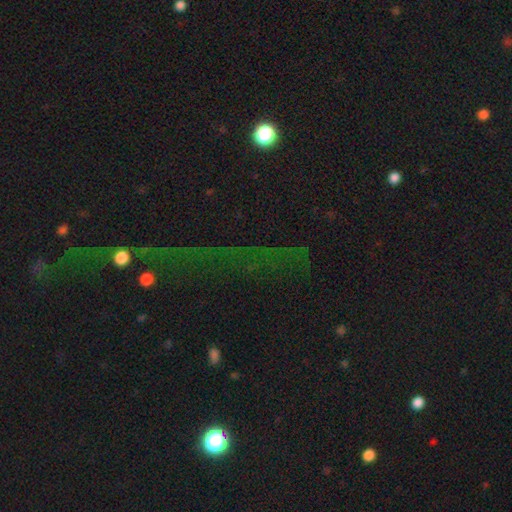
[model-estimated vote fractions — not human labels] smooth_or_featured: star or artifact (p=0.73) [alt: smooth p=0.14]